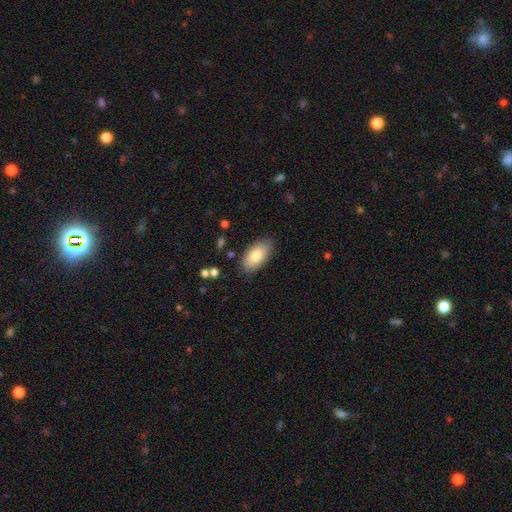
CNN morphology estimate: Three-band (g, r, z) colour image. It shows a smooth galaxy with no disk features (79%) that is in between round and cigar-shaped (93%). Merging: none (83%).